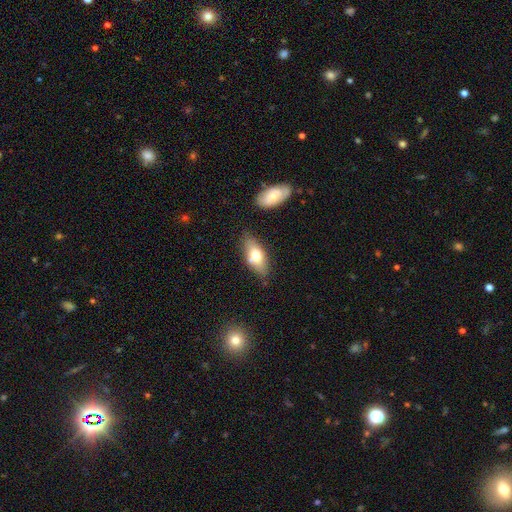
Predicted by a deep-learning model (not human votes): Q: Smooth or featured?
A: smooth (68%); runner-up: featured or disk (25%)
Q: How rounded?
A: in between (82%); runner-up: cigar-shaped (15%)
Q: Merging?
A: none (72%); runner-up: minor disturbance (18%)